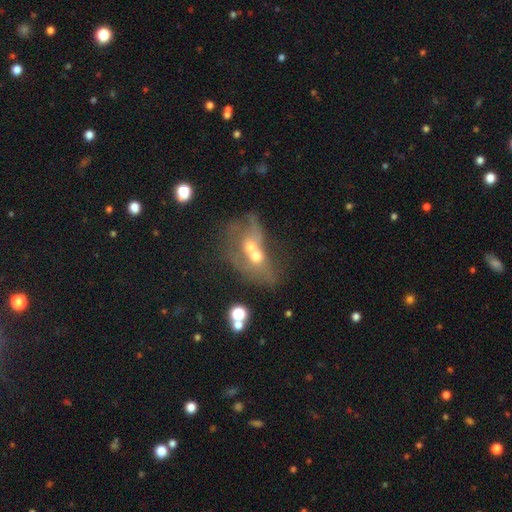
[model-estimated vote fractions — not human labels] smooth_or_featured: featured or disk (p=0.46) [alt: smooth p=0.38]
merging: merger (p=0.74) [alt: none p=0.11]